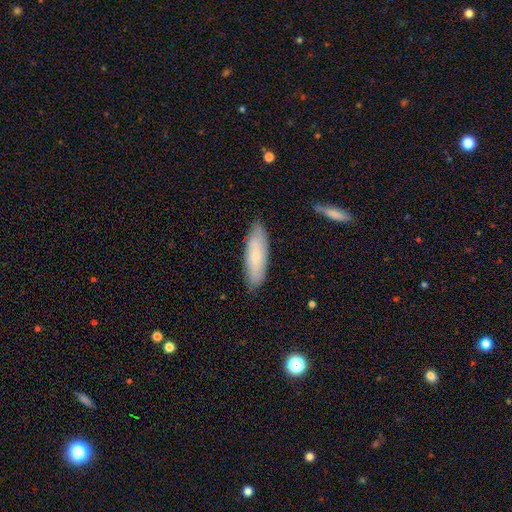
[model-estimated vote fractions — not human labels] Smooth or featured? smooth (65%)
How rounded? cigar-shaped (56%)
Merging? none (84%)